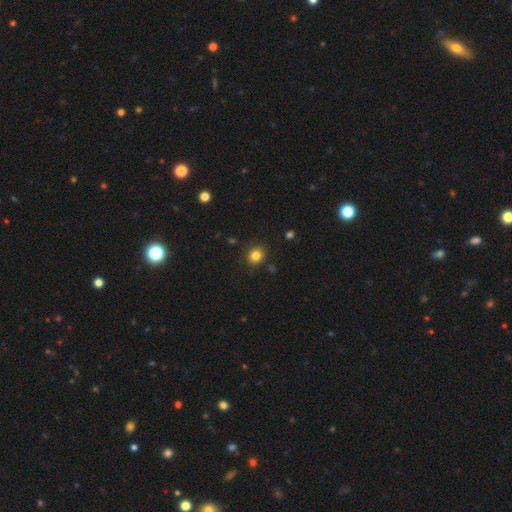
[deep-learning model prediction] This is clearly a smooth galaxy (83%). How rounded: clearly round (80%). Merging: clearly none (88%).